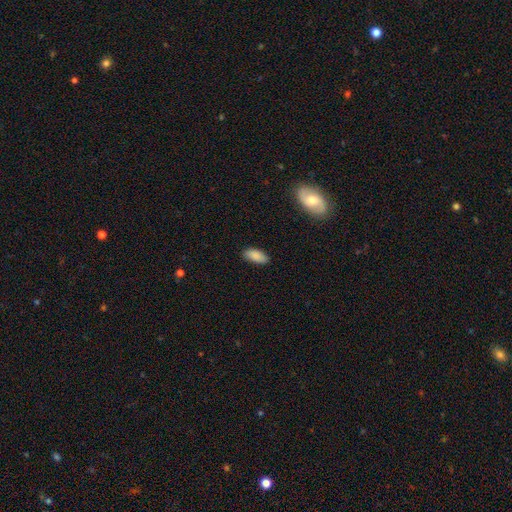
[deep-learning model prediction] This appears to be a smooth galaxy with no disk features (87%) that is in between round and cigar-shaped (89%). Merging: none (85%).